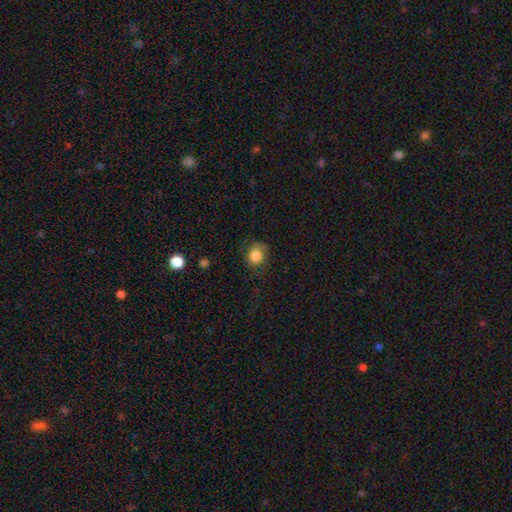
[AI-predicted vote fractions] Overall: smooth (83%). How rounded: round (62%; in between 37%). Merging: none (71%).